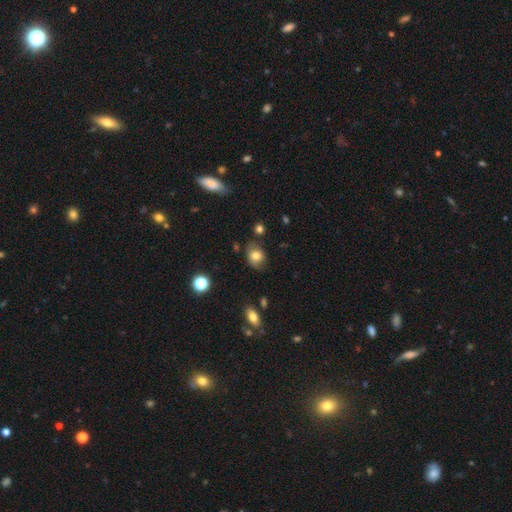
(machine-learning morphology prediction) type=smooth (74%); roundness=in between (60%); merging=none (69%).